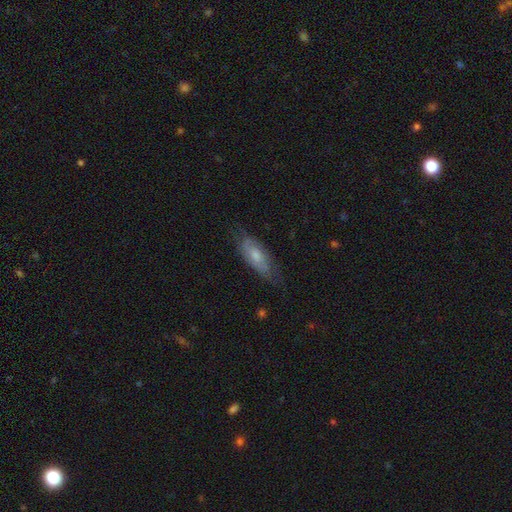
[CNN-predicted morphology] Smooth or featured?
  - smooth: 53% *
  - featured or disk: 40%
  - star or artifact: 7%
How rounded?
  - in between: 70% *
  - cigar-shaped: 28%
  - round: 2%
Merging?
  - none: 64% *
  - minor disturbance: 26%
  - major disturbance: 9%
  - merger: 1%